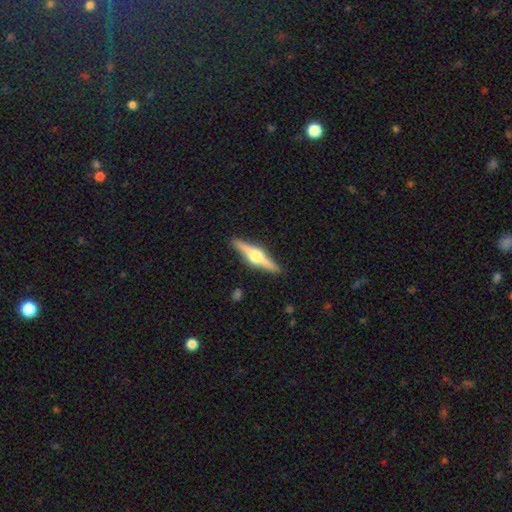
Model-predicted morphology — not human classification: This is likely a featured or disk galaxy (75%). It is clearly viewed edge-on (98%). Edge-on bulge: clearly rounded (96%). Merging: clearly none (90%).